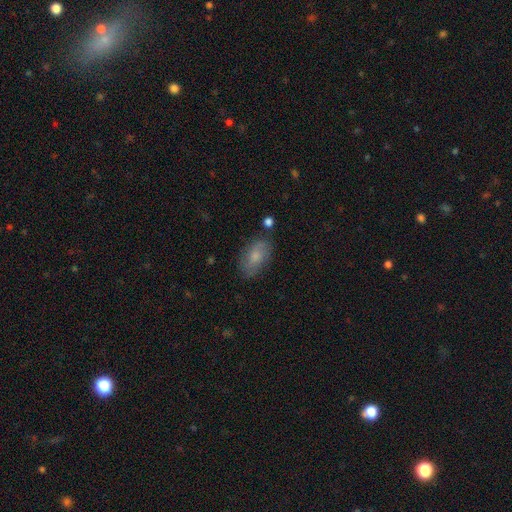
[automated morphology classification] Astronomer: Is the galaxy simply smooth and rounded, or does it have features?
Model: smooth — 70%.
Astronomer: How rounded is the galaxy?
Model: in between — 91%.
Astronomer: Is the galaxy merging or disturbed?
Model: none — 76%.